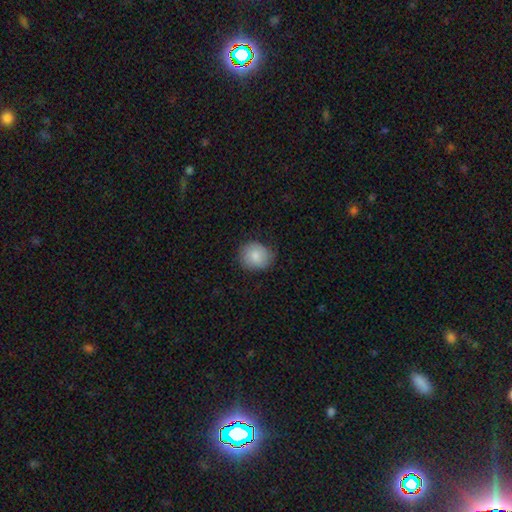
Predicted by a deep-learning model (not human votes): This is clearly a smooth galaxy (82%). How rounded: likely round (77%). Merging: likely none (76%).